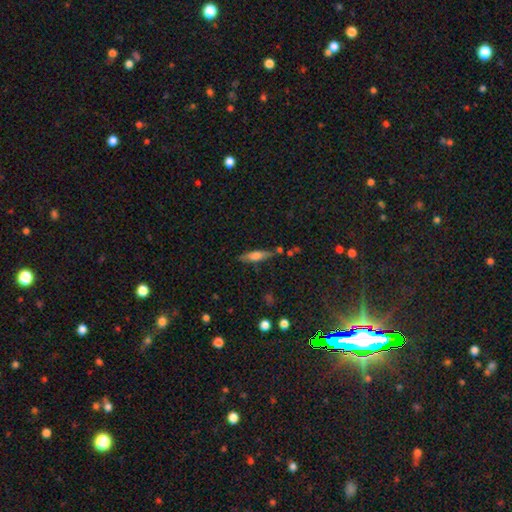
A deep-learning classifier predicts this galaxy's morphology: type=smooth (57%); roundness=cigar-shaped (65%); merging=none (77%).